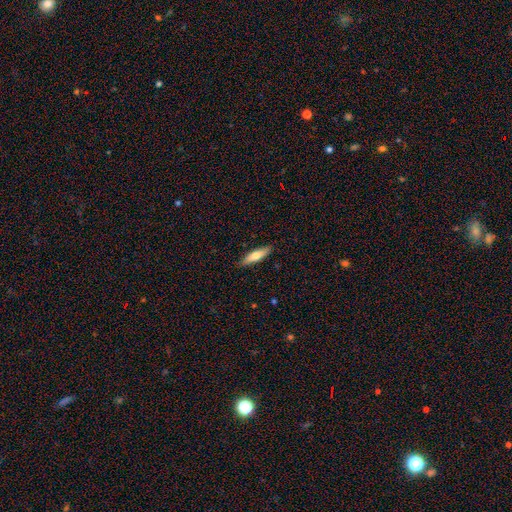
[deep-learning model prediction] This is likely a smooth galaxy (62%). How rounded: likely cigar-shaped (71%). Merging: clearly none (89%).